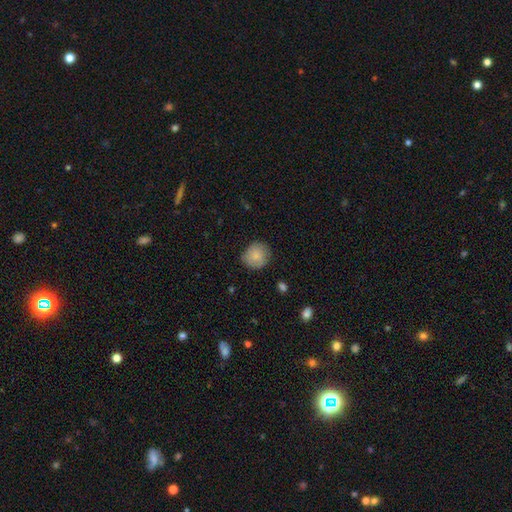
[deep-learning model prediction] Overall: smooth (83%). How rounded: round (86%). Merging: none (78%).